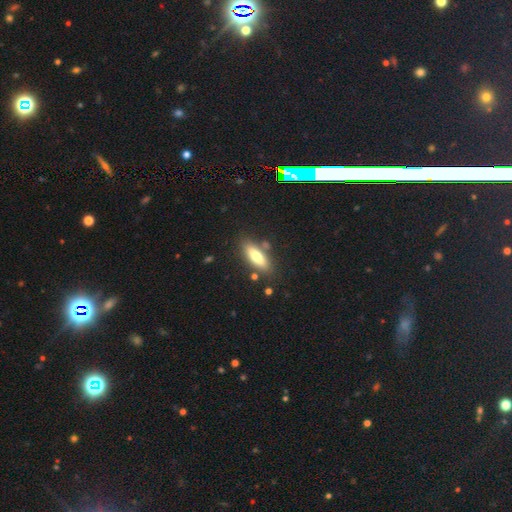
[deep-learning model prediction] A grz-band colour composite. It shows a smooth galaxy with no disk features (69%) that is in between round and cigar-shaped (58%). Merging: none (80%).